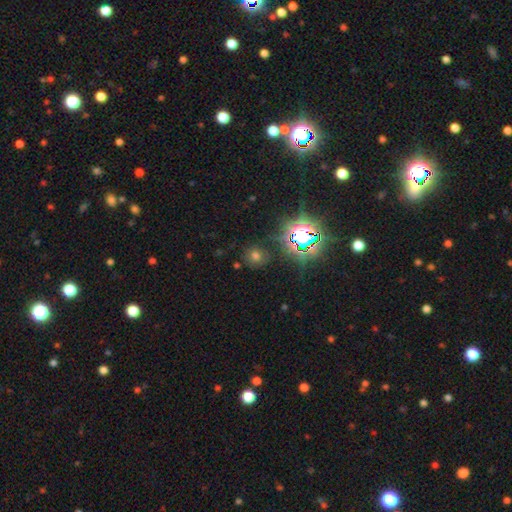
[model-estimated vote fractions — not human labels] smooth 55%, star or artifact 36%, featured or disk 9%. Down the decision tree: how rounded — round (83%); merging — none (80%).